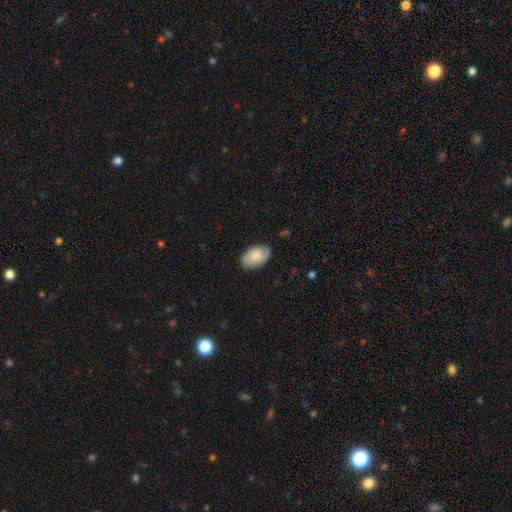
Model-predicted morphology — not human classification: The model was most divided on "smooth or featured": smooth: 68%, featured or disk: 26%, star or artifact: 6%. More confident: how rounded — in between (91%); merging — none (79%).